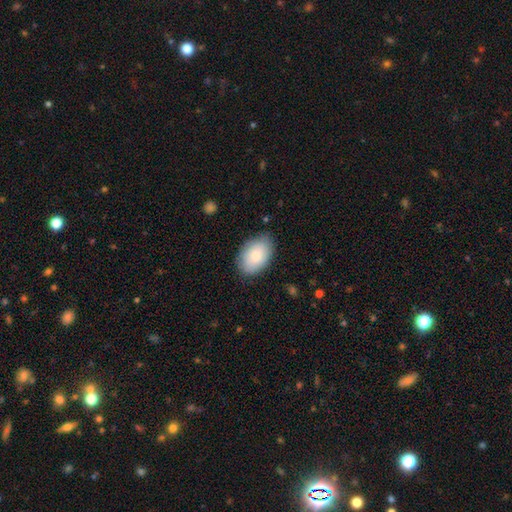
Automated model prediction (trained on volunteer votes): Overall: smooth (81%). How rounded: in between (89%). Merging: none (82%).